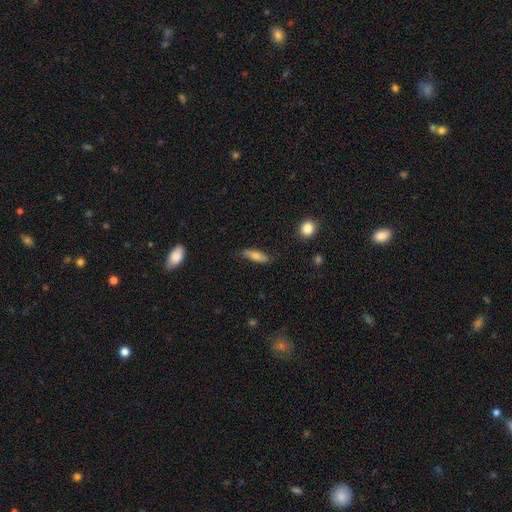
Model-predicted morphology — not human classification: A smooth galaxy with no disk features (73%) that is in between round and cigar-shaped (49%). Merging: none (78%).